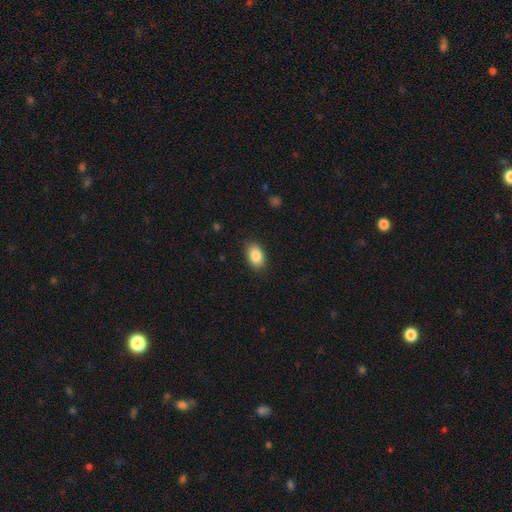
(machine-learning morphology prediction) Smooth or featured: smooth — 87% (star or artifact — 7%)
How rounded: in between — 89% (round — 10%)
Merging: none — 86% (minor disturbance — 10%)